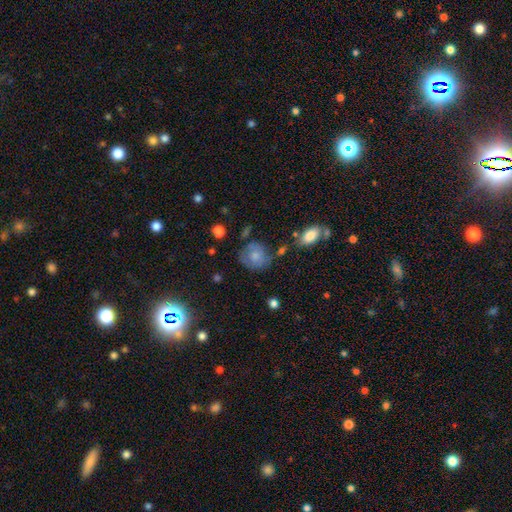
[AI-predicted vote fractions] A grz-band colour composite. It shows a smooth galaxy with no disk features (73%) that is round (78%). Merging: none (59%).